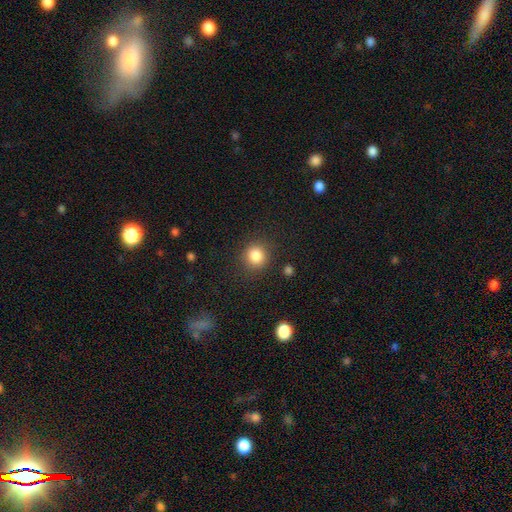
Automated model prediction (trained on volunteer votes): A smooth galaxy with no disk features (84%) that is round (89%).

Vote fractions:
- Smooth or featured? smooth: 84% / star or artifact: 11% / featured or disk: 5%
- How rounded? round: 89% / in between: 10% / cigar-shaped: 1%
- Merging? none: 87% / minor disturbance: 8% / major disturbance: 3% / merger: 2%